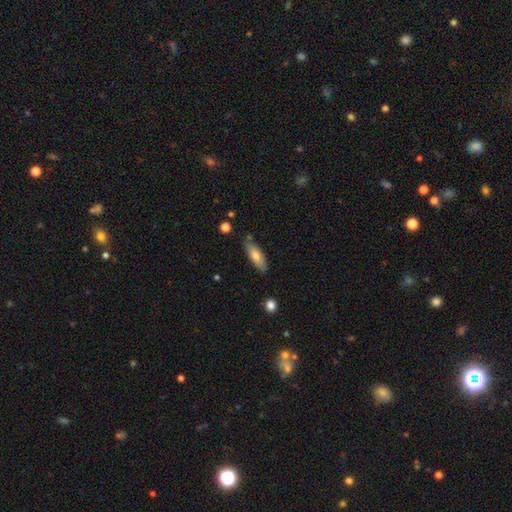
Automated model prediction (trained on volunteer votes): smooth 71%, featured or disk 23%, star or artifact 6%. Down the decision tree: how rounded — in between (62%); merging — none (80%).